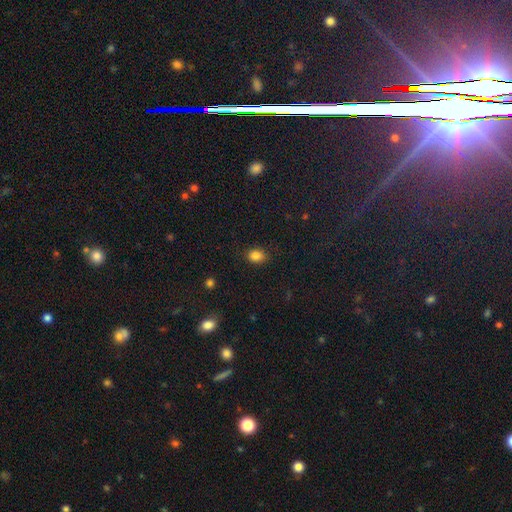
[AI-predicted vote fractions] This appears to be a smooth galaxy with no disk features (84%) that is in between round and cigar-shaped (59%). Merging: none (86%).